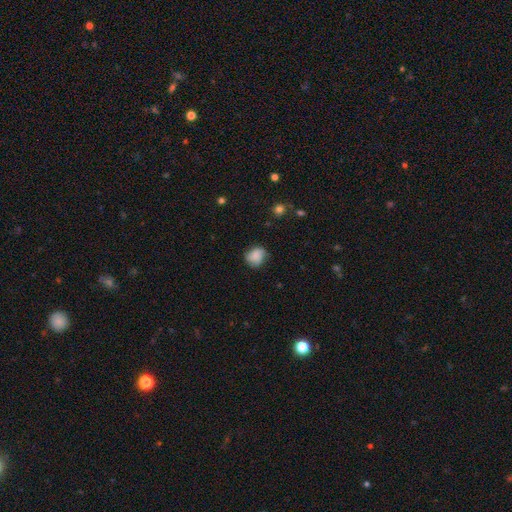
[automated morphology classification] Smooth or featured: smooth — 67% (featured or disk — 24%)
How rounded: round — 62% (in between — 36%)
Merging: none — 64% (minor disturbance — 26%)